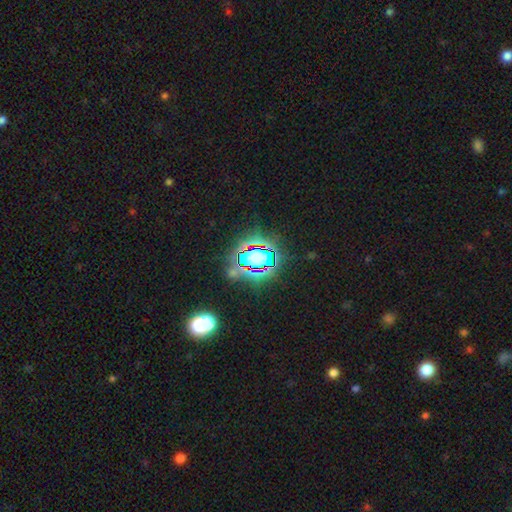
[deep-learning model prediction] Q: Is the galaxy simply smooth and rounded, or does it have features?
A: star or artifact — 69%.